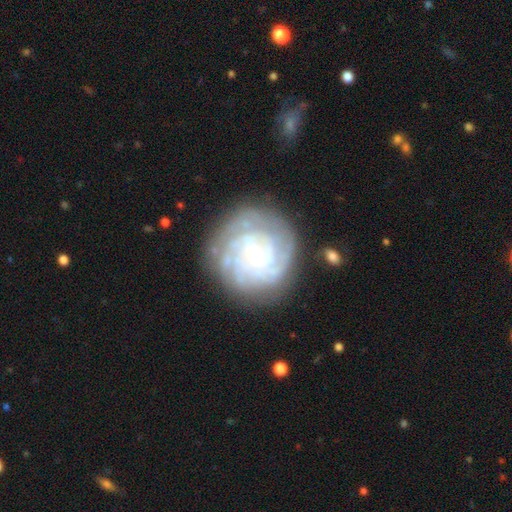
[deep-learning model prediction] A featured or disk galaxy (85%) with no bar (58%), tight (78%) spiral arms (95%) and a small central bulge (71%).

Vote fractions:
- Smooth or featured? featured or disk: 85% / smooth: 9% / star or artifact: 6%
- Edge-on disk? no: 98% / yes: 2%
- Bar? no: 58% / weak: 34% / strong: 8%
- Spiral arms? yes: 95% / no: 5%
- Spiral winding? tight: 78% / medium: 18% / loose: 4%
- Spiral arm count? can't tell: 34% / 4: 23% / 3: 15% / more than 4: 11% / 2: 10% / 1: 6%
- Bulge size? small: 71% / moderate: 24% / none: 2% / large: 2% / dominant: 1%
- Merging? none: 80% / minor disturbance: 13% / major disturbance: 5% / merger: 2%